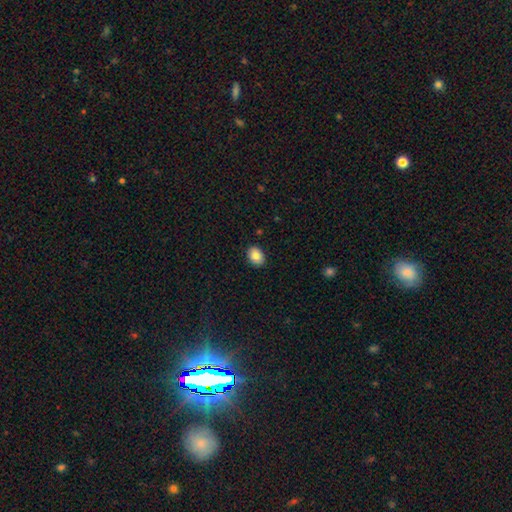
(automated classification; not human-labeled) A smooth galaxy with no disk features (87%) that is in between round and cigar-shaped (71%). Merging: none (89%).